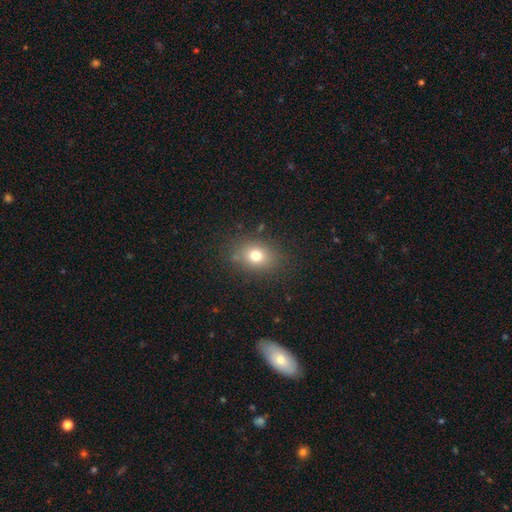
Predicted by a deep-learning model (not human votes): Smooth or featured?
  - smooth: 75% *
  - star or artifact: 14%
  - featured or disk: 11%
How rounded?
  - in between: 56% *
  - round: 43%
  - cigar-shaped: 1%
Merging?
  - none: 83% *
  - minor disturbance: 11%
  - major disturbance: 4%
  - merger: 2%